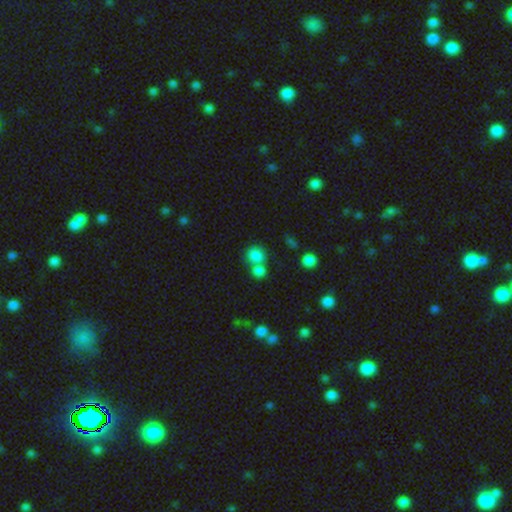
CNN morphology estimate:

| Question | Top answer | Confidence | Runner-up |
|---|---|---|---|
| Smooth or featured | smooth | 81% | star or artifact (12%) |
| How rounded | round | 72% | in between (27%) |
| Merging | none | 44% | merger (43%) |